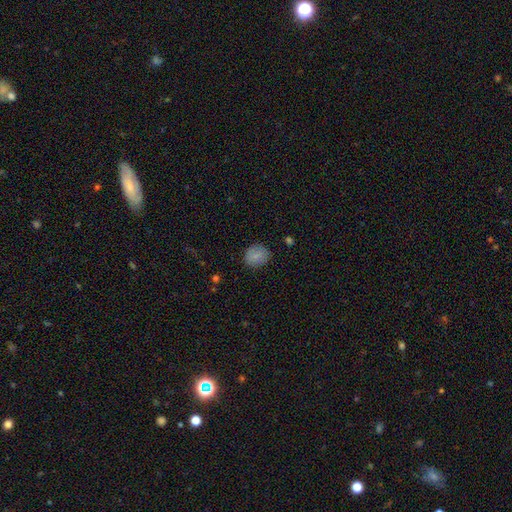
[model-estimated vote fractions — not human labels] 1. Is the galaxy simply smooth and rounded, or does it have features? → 82% smooth, 9% featured or disk, 9% star or artifact.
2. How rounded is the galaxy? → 70% round, 29% in between, 1% cigar-shaped.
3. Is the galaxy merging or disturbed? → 84% none, 12% minor disturbance, 3% major disturbance, 1% merger.